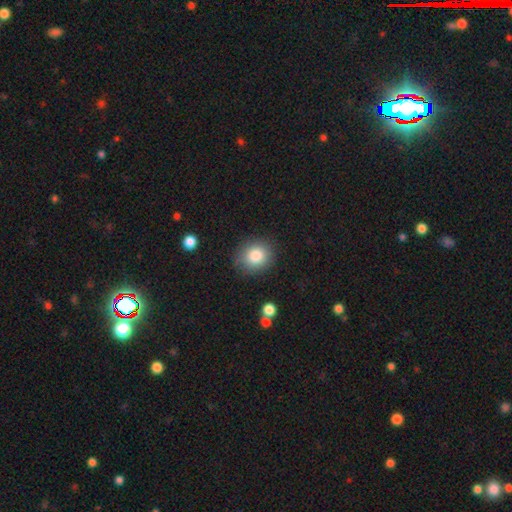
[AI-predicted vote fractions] A smooth galaxy with no disk features (83%) that is round (73%).

Vote fractions:
- Smooth or featured? smooth: 83% / star or artifact: 9% / featured or disk: 8%
- How rounded? round: 73% / in between: 26% / cigar-shaped: 1%
- Merging? none: 83% / minor disturbance: 11% / major disturbance: 3% / merger: 2%